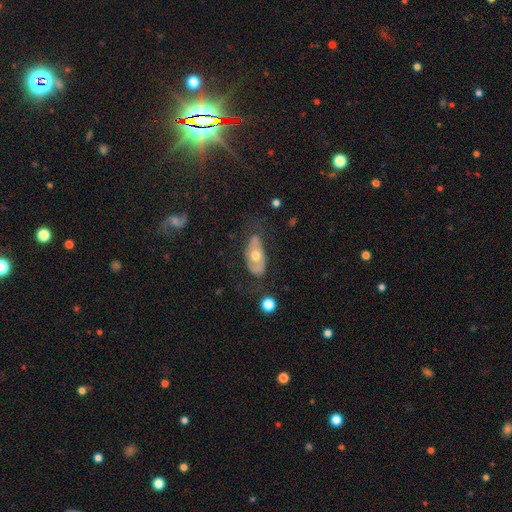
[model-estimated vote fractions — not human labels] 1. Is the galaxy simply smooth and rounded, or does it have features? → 57% featured or disk, 37% smooth, 6% star or artifact.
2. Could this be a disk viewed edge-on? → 86% no, 14% yes.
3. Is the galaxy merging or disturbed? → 59% none, 24% minor disturbance, 14% major disturbance, 3% merger.